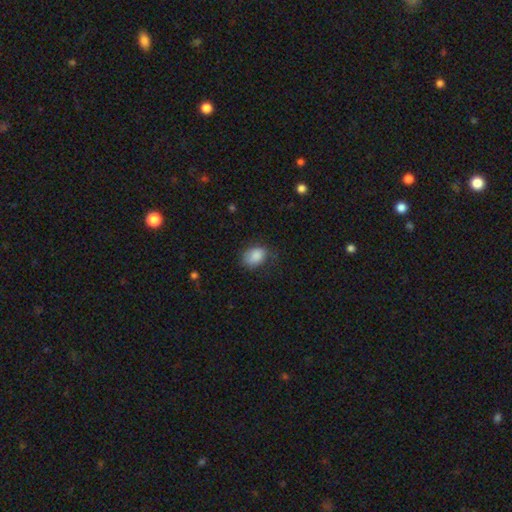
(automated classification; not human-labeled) The model was most divided on "merging": none: 62%, minor disturbance: 27%, major disturbance: 10%, merger: 1%. More confident: smooth or featured — smooth (86%); how rounded — in between (75%).